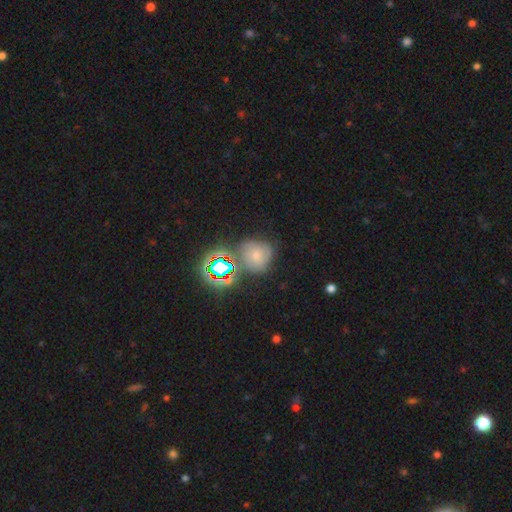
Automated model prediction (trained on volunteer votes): Smooth or featured: smooth — 53% (star or artifact — 30%)
How rounded: round — 83% (in between — 16%)
Merging: none — 62% (minor disturbance — 18%)